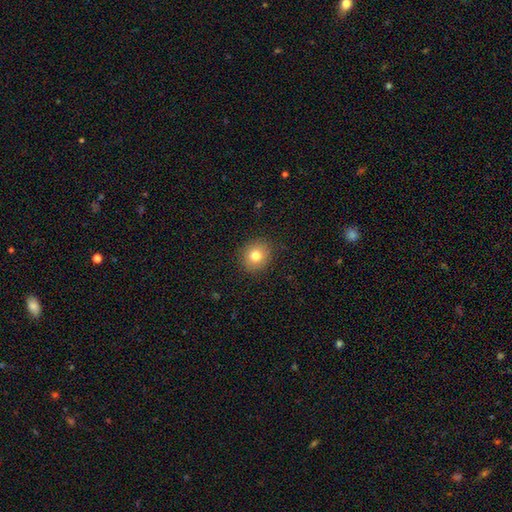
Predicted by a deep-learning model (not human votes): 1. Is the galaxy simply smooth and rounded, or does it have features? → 80% smooth, 11% star or artifact, 10% featured or disk.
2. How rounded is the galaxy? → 78% round, 21% in between, 1% cigar-shaped.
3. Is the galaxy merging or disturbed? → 89% none, 8% minor disturbance, 2% major disturbance, 1% merger.